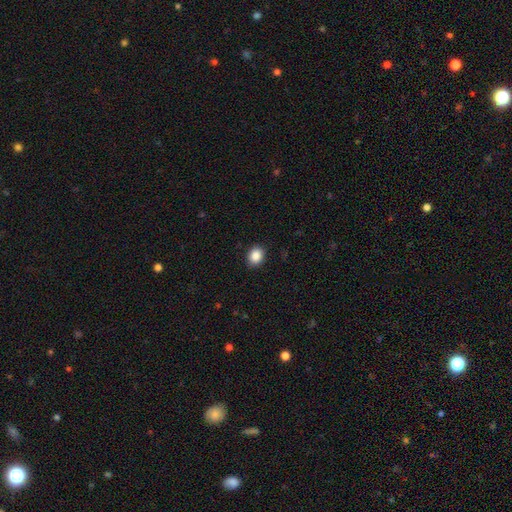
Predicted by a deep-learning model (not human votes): The model was most divided on "how rounded": round: 50%, in between: 49%, cigar-shaped: 1%. More confident: merging — none (89%); smooth or featured — smooth (88%).